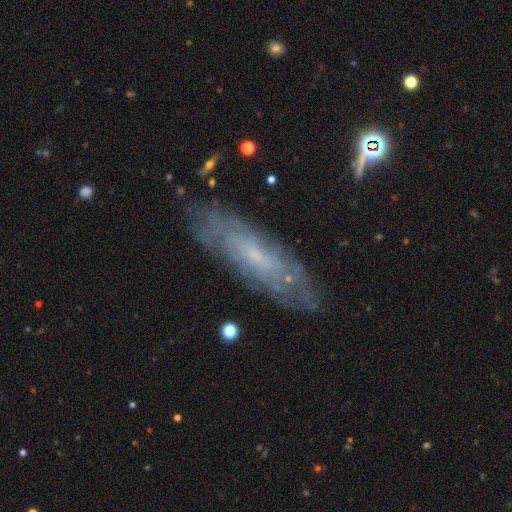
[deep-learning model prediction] Smooth or featured?
  - featured or disk: 64% *
  - smooth: 28%
  - star or artifact: 9%
Edge-on disk?
  - no: 68% *
  - yes: 32%
Merging?
  - none: 80% *
  - minor disturbance: 15%
  - major disturbance: 4%
  - merger: 2%